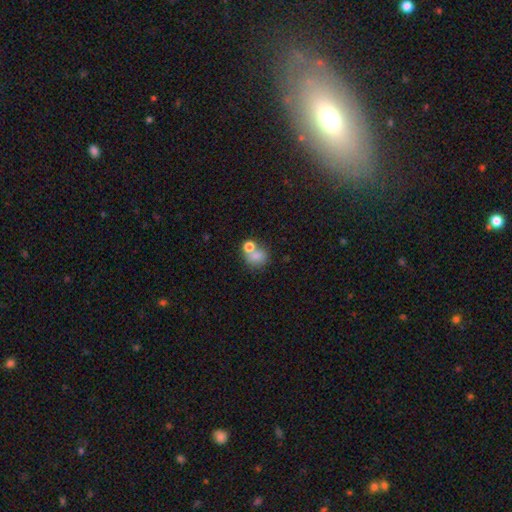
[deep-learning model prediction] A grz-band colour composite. It shows a smooth galaxy with no disk features (76%) that is round (65%). Merging: none (41%).